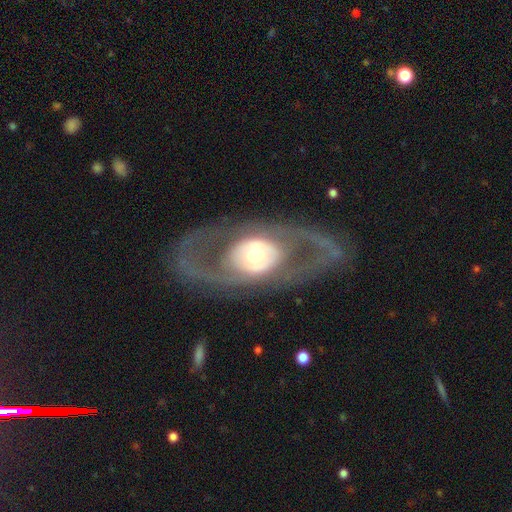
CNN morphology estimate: Smooth or featured? Predicted: featured or disk (p=0.71). Edge-on disk? Predicted: no (p=0.90). Bar? Predicted: no (p=0.78). Spiral arms? Predicted: no (p=0.64). Bulge size? Predicted: moderate (p=0.55). Merging? Predicted: none (p=0.66).